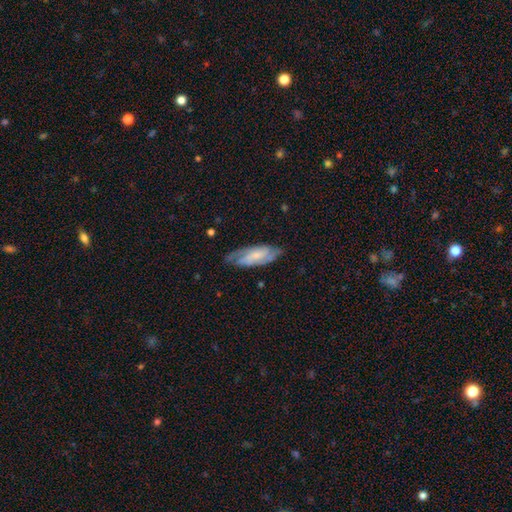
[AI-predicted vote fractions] Smooth or featured? featured or disk (71%)
Edge-on disk? no (88%)
Bar? no (41%)
Spiral arms? yes (92%)
Spiral winding? medium (44%)
Spiral arm count? 2 (66%)
Bulge size? small (52%)
Merging? none (74%)